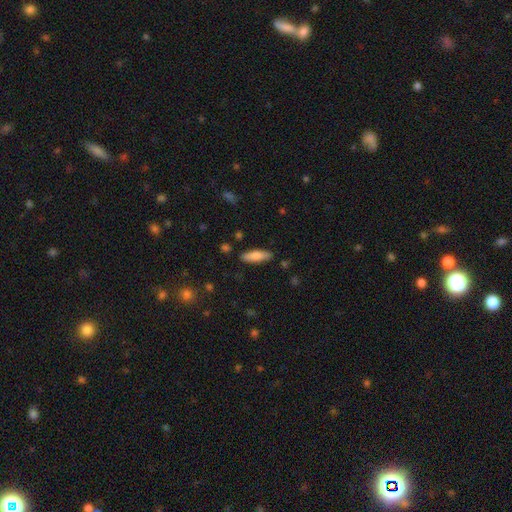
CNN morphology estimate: smooth_or_featured: smooth (p=0.75) [alt: featured or disk p=0.19]
how_rounded: cigar-shaped (p=0.55) [alt: in between p=0.44]
merging: none (p=0.87) [alt: minor disturbance p=0.09]